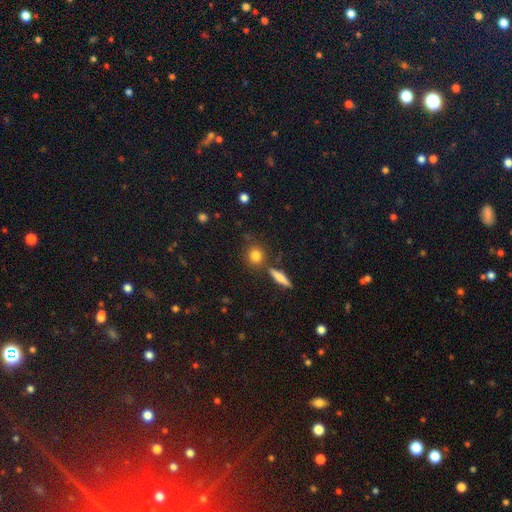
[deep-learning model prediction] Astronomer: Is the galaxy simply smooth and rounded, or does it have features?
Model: smooth — 81%.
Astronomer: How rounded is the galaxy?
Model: round — 77%.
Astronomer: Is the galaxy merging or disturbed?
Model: none — 74%.